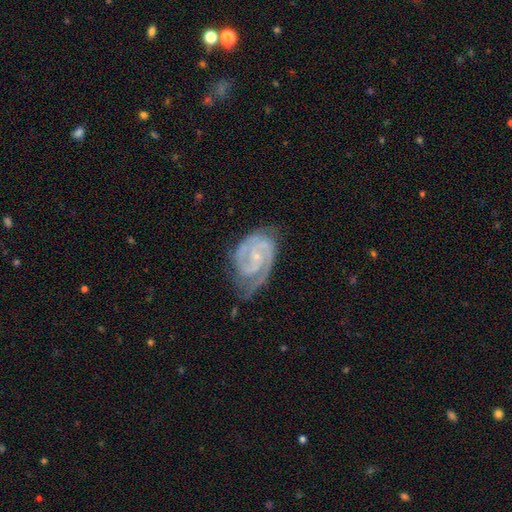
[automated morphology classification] smooth_or_featured: featured or disk (p=0.90) [alt: smooth p=0.05]
disk_edge_on: no (p=0.98) [alt: yes p=0.02]
bar: no (p=0.53) [alt: weak p=0.37]
has_spiral_arms: yes (p=0.98) [alt: no p=0.02]
spiral_winding: tight (p=0.57) [alt: medium p=0.38]
spiral_arm_count: 2 (p=0.76) [alt: 3 p=0.10]
bulge_size: small (p=0.74) [alt: moderate p=0.18]
merging: none (p=0.61) [alt: minor disturbance p=0.26]